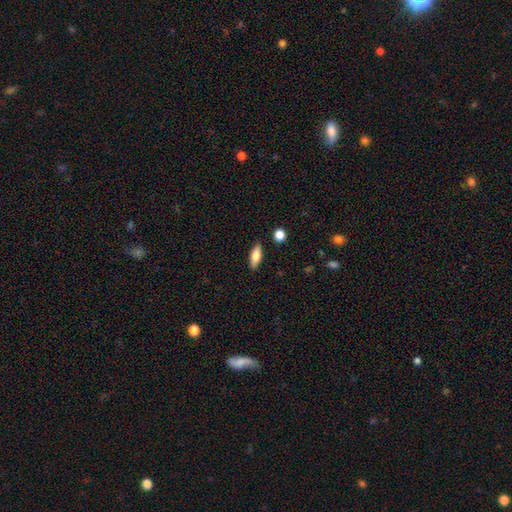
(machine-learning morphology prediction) A smooth galaxy with no disk features (67%) that is in between round and cigar-shaped (65%).

Vote fractions:
- Smooth or featured? smooth: 67% / featured or disk: 26% / star or artifact: 7%
- How rounded? in between: 65% / cigar-shaped: 32% / round: 3%
- Merging? none: 88% / minor disturbance: 9% / major disturbance: 2% / merger: 2%